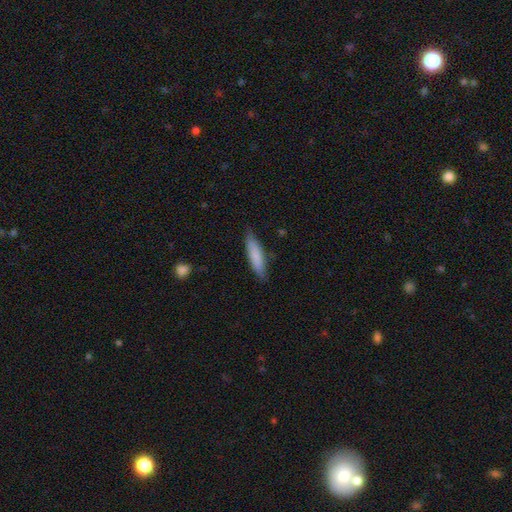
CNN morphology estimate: This appears to be a smooth galaxy with no disk features (80%) that is cigar-shaped (74%). Merging: none (83%).